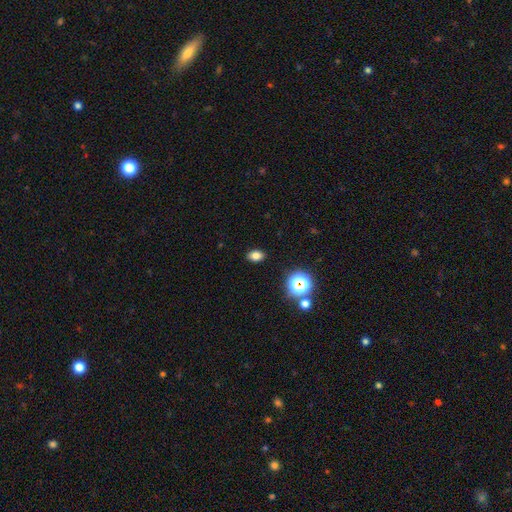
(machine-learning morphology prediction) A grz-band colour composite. It shows a smooth galaxy with no disk features (77%) that is in between round and cigar-shaped (78%). Merging: none (89%).